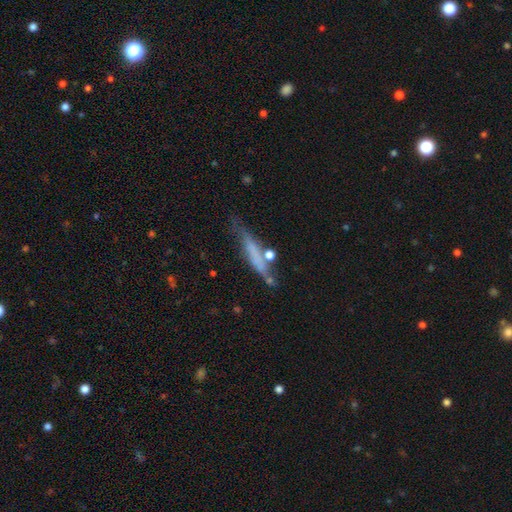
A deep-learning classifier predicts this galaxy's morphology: The model was most divided on "smooth or featured": smooth: 51%, featured or disk: 39%, star or artifact: 10%. More confident: how rounded — cigar-shaped (85%); merging — none (52%).